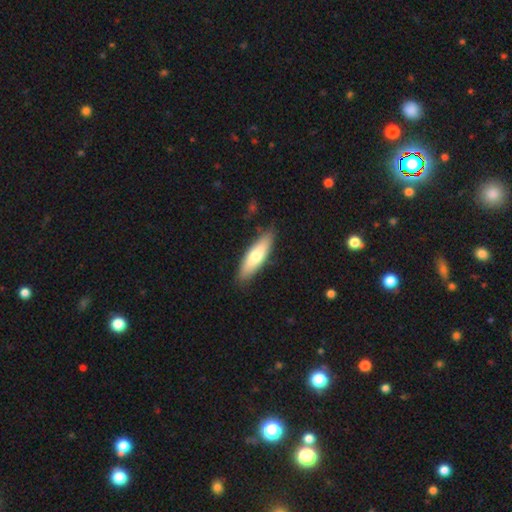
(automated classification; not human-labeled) Smooth or featured? smooth (67%)
How rounded? cigar-shaped (56%)
Merging? none (86%)